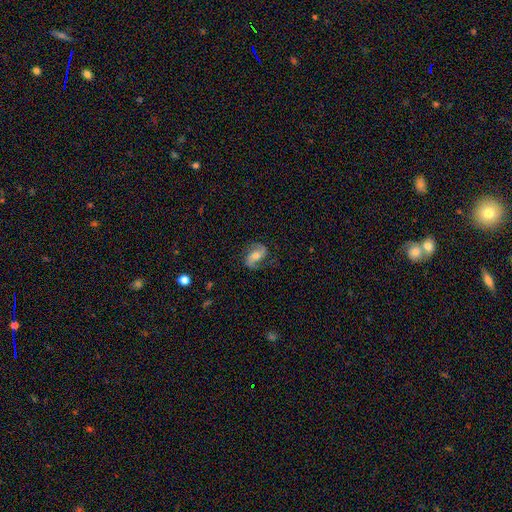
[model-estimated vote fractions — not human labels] A featured or disk galaxy (76%) with no bar (43%), 2 (90%) medium (44%) spiral arms (94%) and a moderate central bulge (65%). Merging: none (75%).